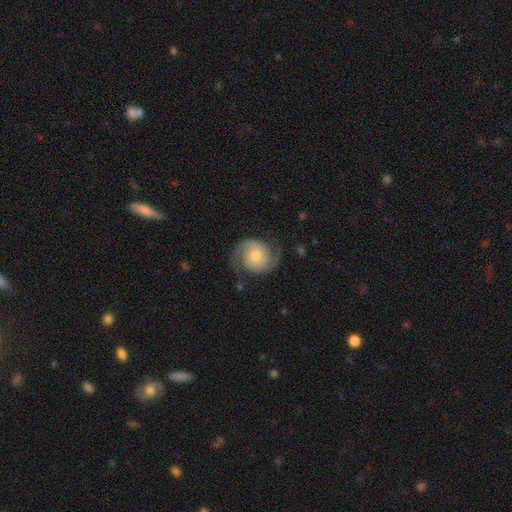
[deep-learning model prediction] smooth_or_featured: featured or disk (p=0.87) [alt: smooth p=0.08]
disk_edge_on: no (p=0.98) [alt: yes p=0.02]
bar: no (p=0.71) [alt: weak p=0.24]
has_spiral_arms: yes (p=0.98) [alt: no p=0.02]
spiral_winding: medium (p=0.50) [alt: tight p=0.34]
spiral_arm_count: 2 (p=0.93) [alt: can't tell p=0.02]
bulge_size: moderate (p=0.49) [alt: small p=0.42]
merging: none (p=0.79) [alt: minor disturbance p=0.14]